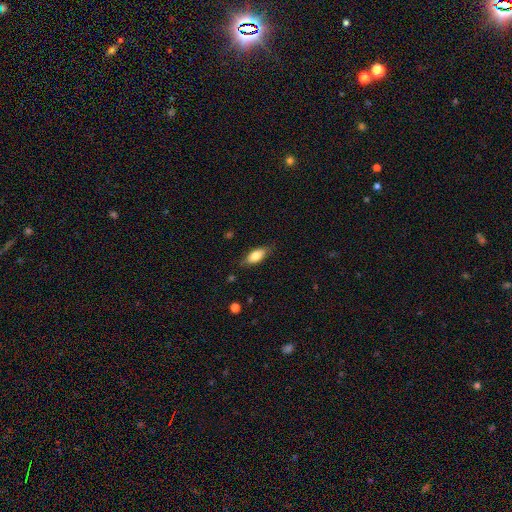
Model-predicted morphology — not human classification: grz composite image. It shows a smooth galaxy with no disk features (76%) that is in between round and cigar-shaped (84%). Merging: none (79%).